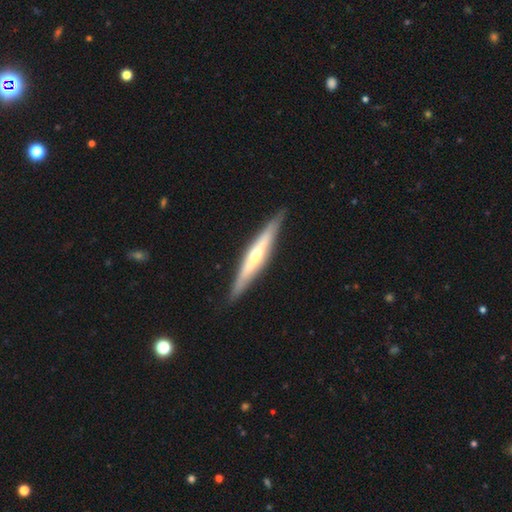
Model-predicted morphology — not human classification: Smooth or featured?
  - featured or disk: 70% *
  - smooth: 25%
  - star or artifact: 5%
Edge-on disk?
  - yes: 95% *
  - no: 5%
Edge-on bulge?
  - rounded: 80% *
  - none: 13%
  - boxy: 7%
Merging?
  - none: 88% *
  - minor disturbance: 9%
  - major disturbance: 2%
  - merger: 1%